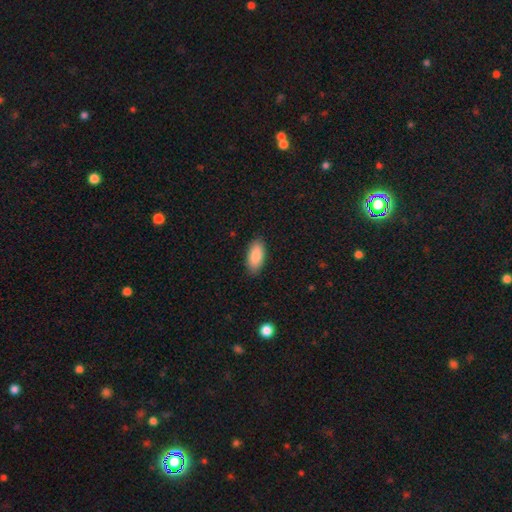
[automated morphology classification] The model was most divided on "merging": none: 87%, minor disturbance: 10%, major disturbance: 2%, merger: 1%. More confident: how rounded — in between (90%); smooth or featured — smooth (87%).